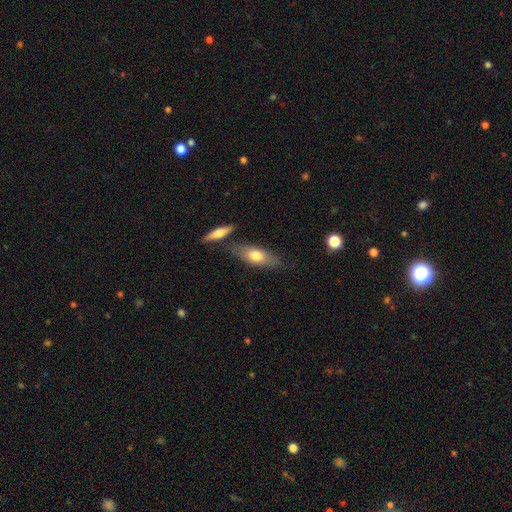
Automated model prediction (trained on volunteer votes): A smooth galaxy with no disk features (69%) that is in between round and cigar-shaped (66%).

Vote fractions:
- Smooth or featured? smooth: 69% / featured or disk: 25% / star or artifact: 6%
- How rounded? in between: 66% / cigar-shaped: 31% / round: 3%
- Merging? none: 71% / minor disturbance: 14% / merger: 11% / major disturbance: 4%